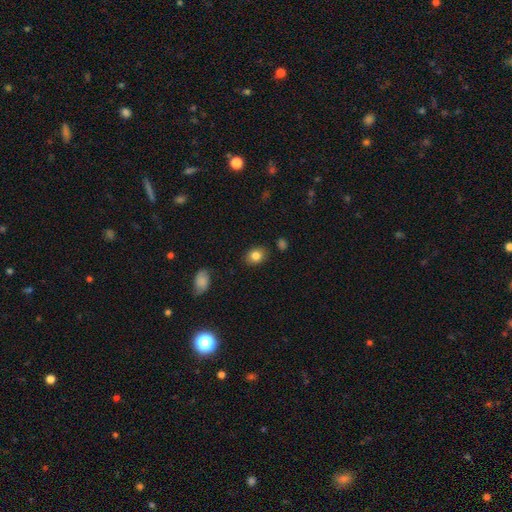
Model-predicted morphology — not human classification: smooth-or-featured: smooth: 83% | star or artifact: 9% | featured or disk: 8%
  how-rounded: in between: 59% | round: 40% | cigar-shaped: 1%
  merging: none: 85% | minor disturbance: 11% | major disturbance: 2% | merger: 2%